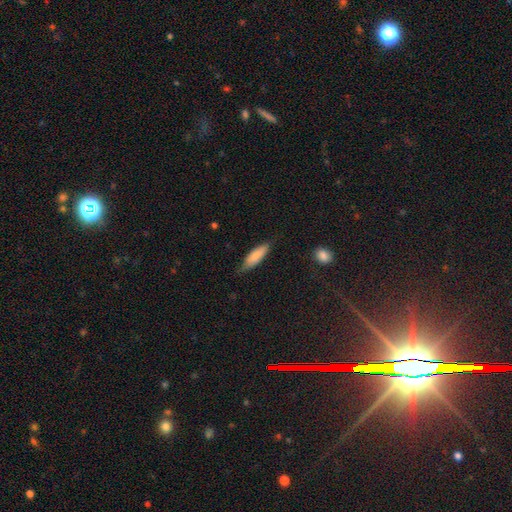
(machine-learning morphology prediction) Smooth or featured?
  - smooth: 80% *
  - featured or disk: 14%
  - star or artifact: 6%
How rounded?
  - in between: 49% * (tied)
  - cigar-shaped: 49% * (tied)
  - round: 2%
Merging?
  - none: 71% *
  - minor disturbance: 23%
  - major disturbance: 4%
  - merger: 1%